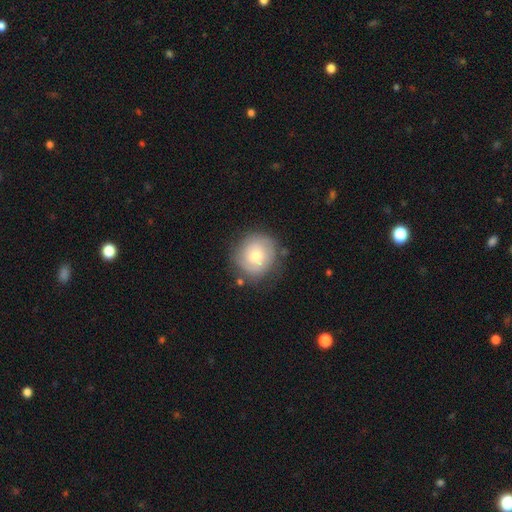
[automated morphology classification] Overall: smooth (50%; featured or disk 42%). Merging: none (77%).